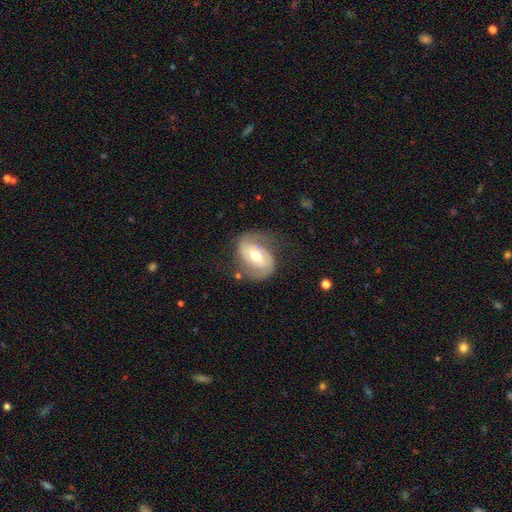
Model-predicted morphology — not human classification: Smooth or featured?
  - featured or disk: 75% *
  - smooth: 19%
  - star or artifact: 6%
Edge-on disk?
  - no: 97% *
  - yes: 3%
Bar?
  - weak: 41% *
  - no: 34%
  - strong: 26%
Spiral arms?
  - yes: 89% *
  - no: 11%
Spiral winding?
  - medium: 45% *
  - loose: 29%
  - tight: 26%
Spiral arm count?
  - 2: 85% *
  - can't tell: 7%
  - 1: 5%
  - 3: 1%
  - 4: 1%
  - more than 4: 1%
Bulge size?
  - moderate: 71% *
  - small: 20%
  - large: 7%
  - dominant: 1%
  - none: 1%
Merging?
  - none: 64% *
  - minor disturbance: 21%
  - major disturbance: 13%
  - merger: 2%